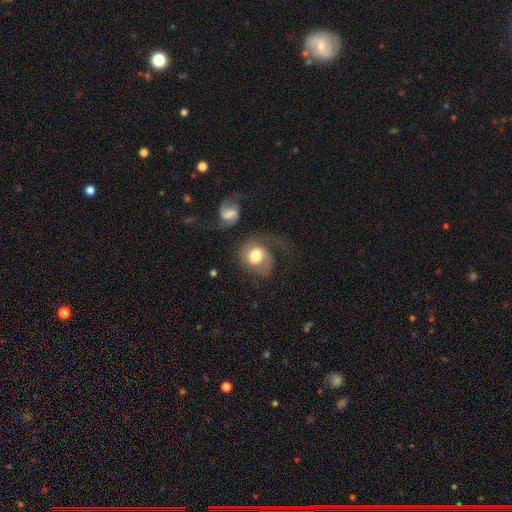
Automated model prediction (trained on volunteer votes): This is possibly a smooth galaxy (50%). How rounded: likely round (68%). Merging: marginally none (37%).